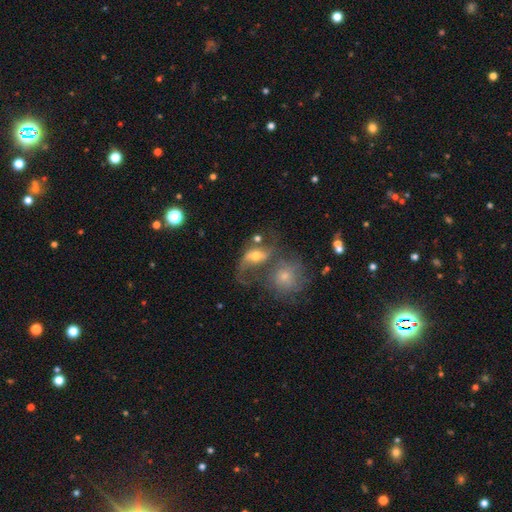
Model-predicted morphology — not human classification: Q: Smooth or featured?
A: featured or disk (55%); runner-up: smooth (34%)
Q: Edge-on disk?
A: no (94%); runner-up: yes (6%)
Q: Bar?
A: no (56%); runner-up: weak (31%)
Q: Spiral arms?
A: yes (69%); runner-up: no (31%)
Q: Bulge size?
A: moderate (57%); runner-up: small (27%)
Q: Merging?
A: merger (48%); runner-up: none (21%)